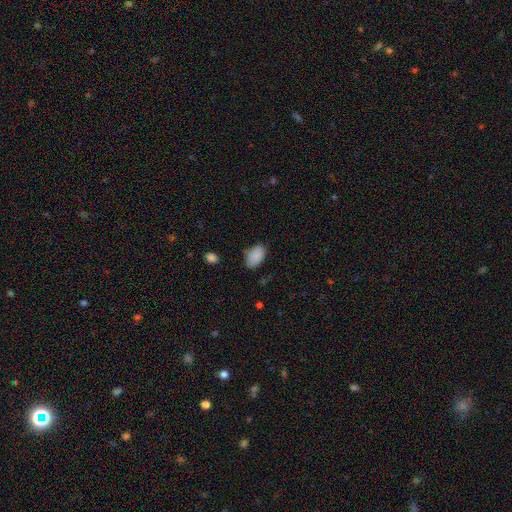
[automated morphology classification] A smooth galaxy with no disk features (88%) that is in between round and cigar-shaped (94%).

Vote fractions:
- Smooth or featured? smooth: 88% / star or artifact: 7% / featured or disk: 5%
- How rounded? in between: 94% / round: 5% / cigar-shaped: 1%
- Merging? none: 77% / minor disturbance: 18% / major disturbance: 4% / merger: 2%